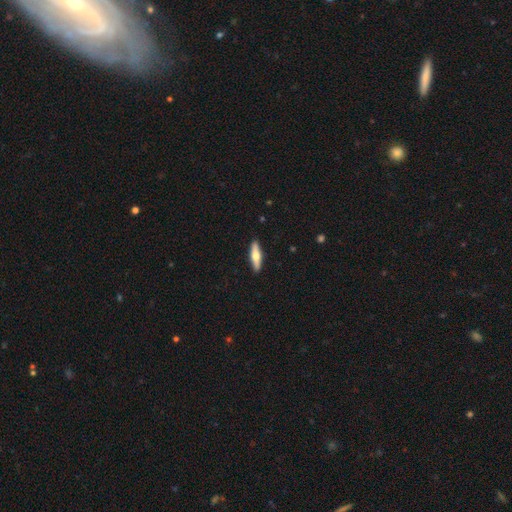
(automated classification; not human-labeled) A smooth galaxy with no disk features (53%) that is cigar-shaped (69%).

Vote fractions:
- Smooth or featured? smooth: 53% / featured or disk: 42% / star or artifact: 5%
- How rounded? cigar-shaped: 69% / in between: 29% / round: 2%
- Merging? none: 90% / minor disturbance: 7% / major disturbance: 1% / merger: 1%